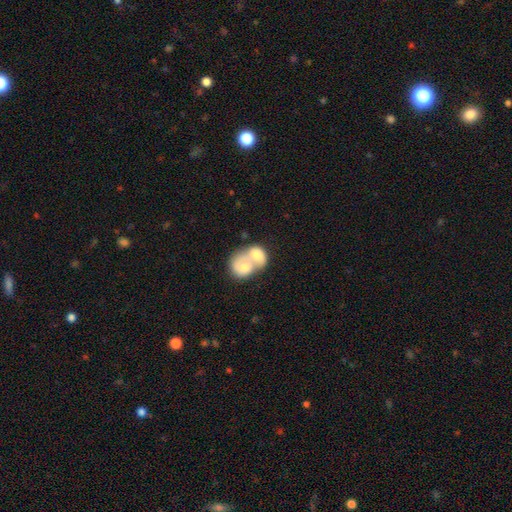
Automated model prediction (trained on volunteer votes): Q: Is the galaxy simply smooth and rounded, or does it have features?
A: smooth — 49%.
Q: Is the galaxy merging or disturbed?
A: merger — 78%.